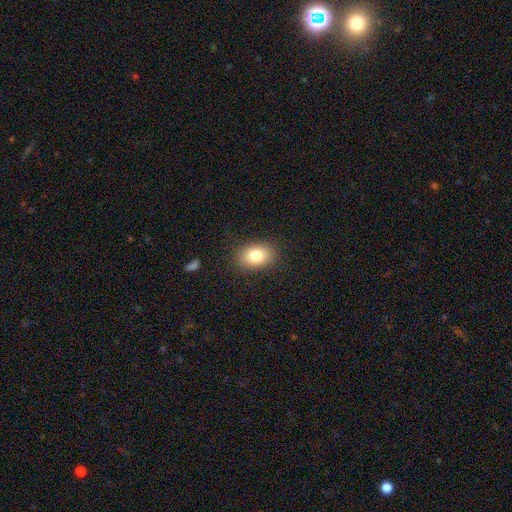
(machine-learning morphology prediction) A smooth galaxy with no disk features (82%) that is in between round and cigar-shaped (80%). Merging: none (86%).